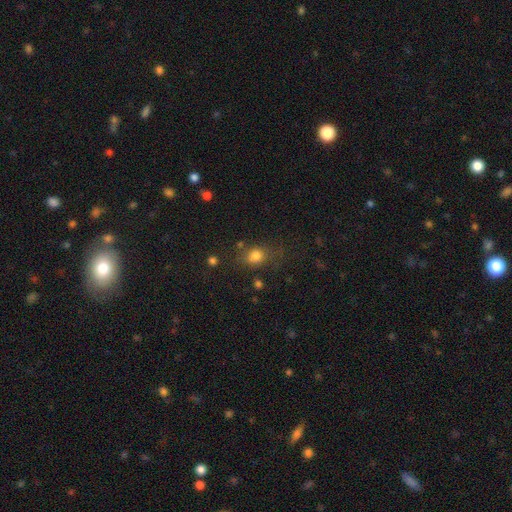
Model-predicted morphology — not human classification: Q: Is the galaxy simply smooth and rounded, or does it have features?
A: smooth — 77%.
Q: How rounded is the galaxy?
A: round — 55%.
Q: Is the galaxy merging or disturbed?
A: none — 61%.